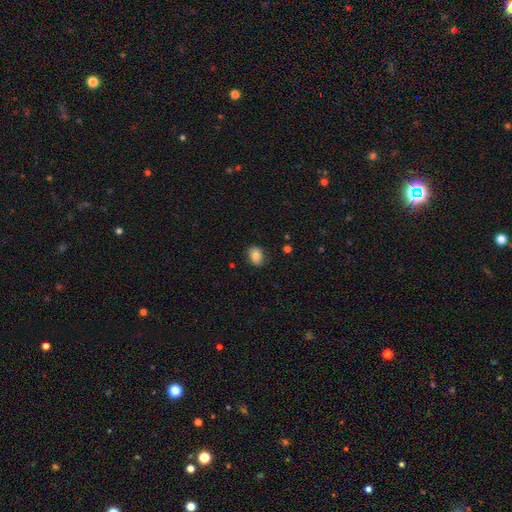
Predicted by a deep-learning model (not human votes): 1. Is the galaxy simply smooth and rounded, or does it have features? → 83% smooth, 9% star or artifact, 8% featured or disk.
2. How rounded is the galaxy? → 60% in between, 39% round, 1% cigar-shaped.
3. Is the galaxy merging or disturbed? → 85% none, 12% minor disturbance, 3% major disturbance, 1% merger.